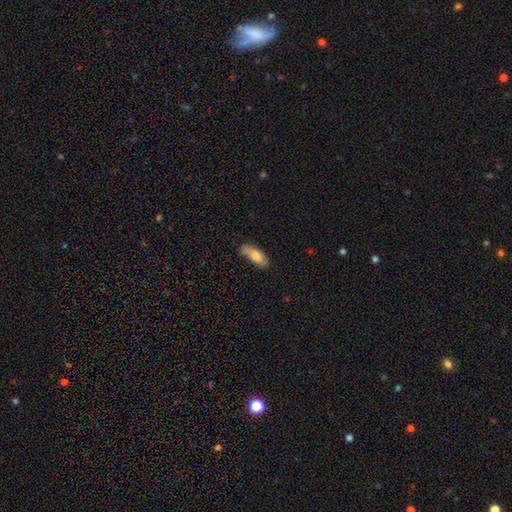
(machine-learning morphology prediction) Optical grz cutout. It shows a smooth galaxy with no disk features (76%) that is in between round and cigar-shaped (71%). Merging: none (64%).